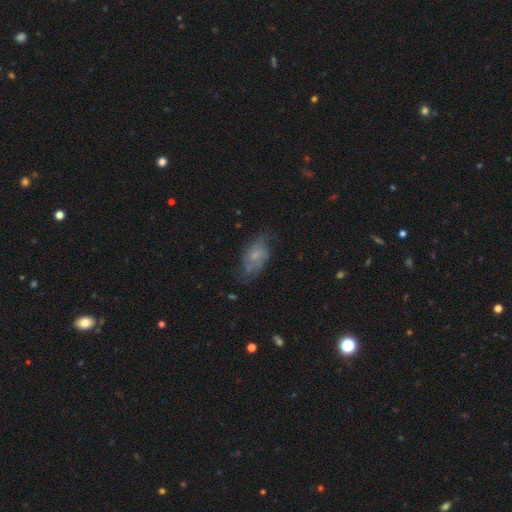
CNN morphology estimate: smooth-or-featured: smooth: 46% | featured or disk: 44% | star or artifact: 10%
  merging: none: 55% | minor disturbance: 28% | major disturbance: 14% | merger: 2%